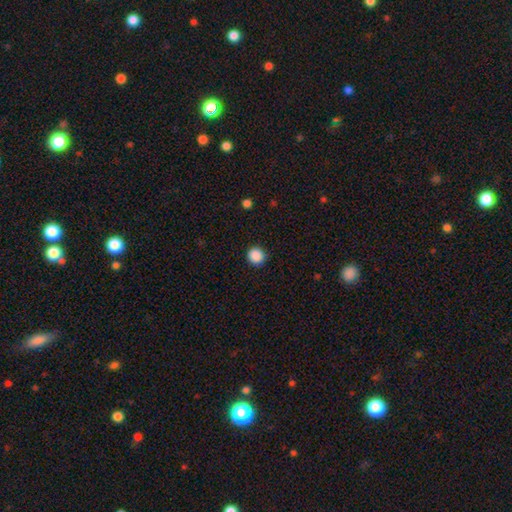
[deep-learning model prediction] The model was most divided on "smooth or featured": smooth: 88%, star or artifact: 10%, featured or disk: 2%. More confident: how rounded — round (93%); merging — none (91%).